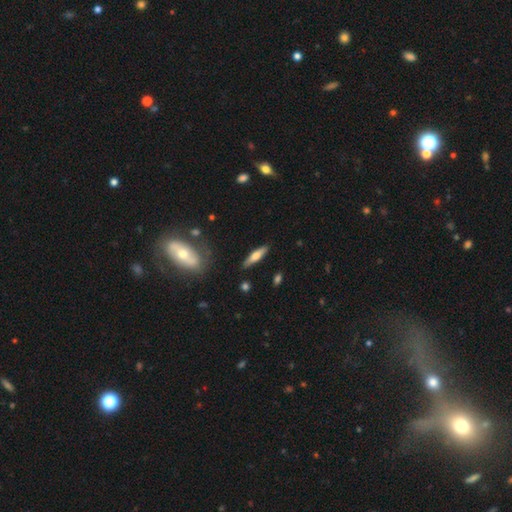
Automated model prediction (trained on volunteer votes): Smooth or featured: smooth — 56% (featured or disk — 38%)
How rounded: cigar-shaped — 72% (in between — 26%)
Merging: none — 86% (minor disturbance — 10%)